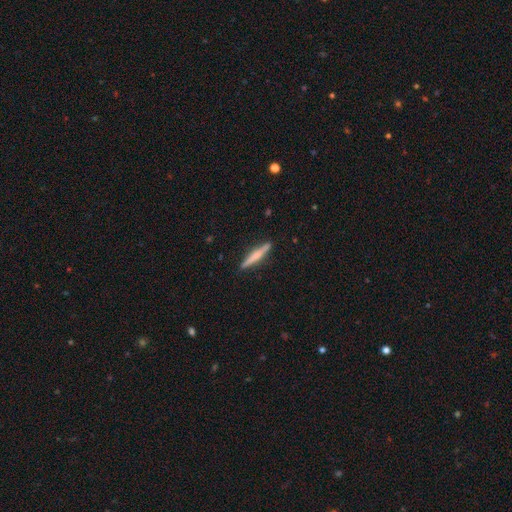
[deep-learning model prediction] smooth_or_featured: smooth (p=0.47) [tied with: featured or disk p=0.47]
merging: none (p=0.90) [alt: minor disturbance p=0.07]